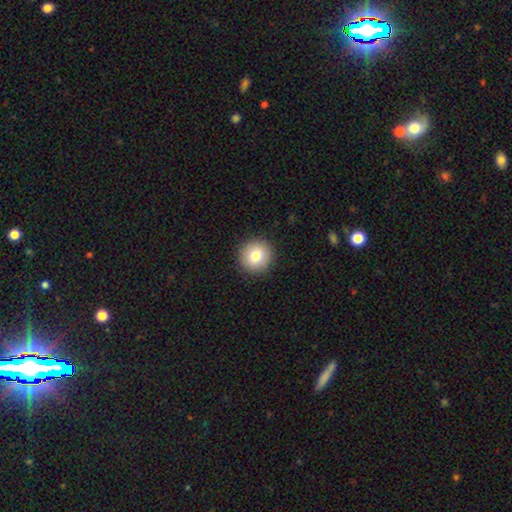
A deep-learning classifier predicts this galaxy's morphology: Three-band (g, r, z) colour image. It shows a smooth galaxy with no disk features (79%) that is round (94%). Merging: none (92%).